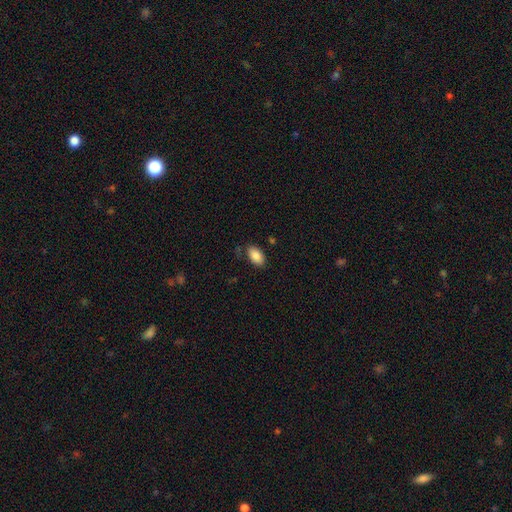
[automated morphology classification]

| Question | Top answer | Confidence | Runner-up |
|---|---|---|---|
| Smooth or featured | smooth | 87% | star or artifact (7%) |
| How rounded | in between | 94% | round (5%) |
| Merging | none | 80% | minor disturbance (14%) |